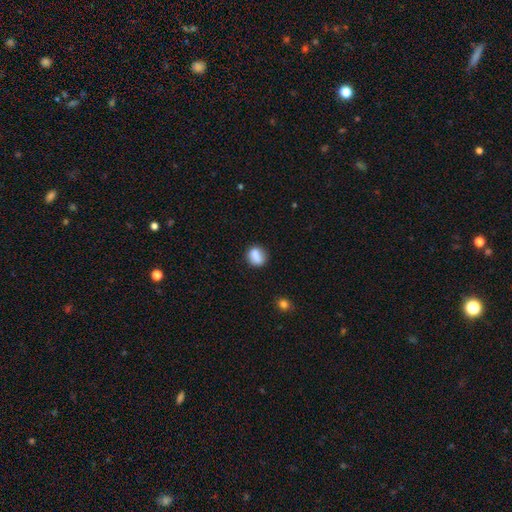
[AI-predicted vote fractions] Smooth or featured?
  - smooth: 81% *
  - featured or disk: 10%
  - star or artifact: 9%
How rounded?
  - round: 65% *
  - in between: 33%
  - cigar-shaped: 2%
Merging?
  - none: 64% *
  - minor disturbance: 20%
  - merger: 10%
  - major disturbance: 6%